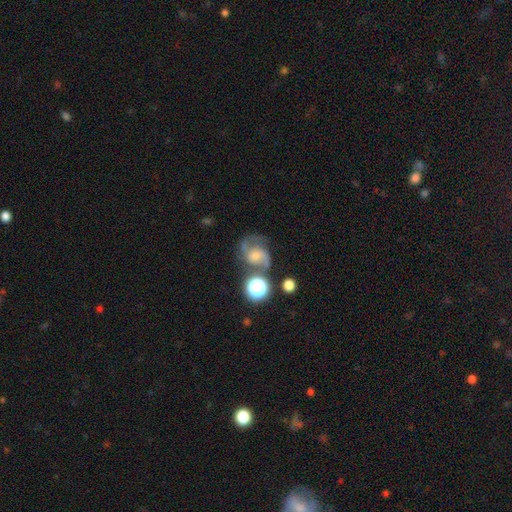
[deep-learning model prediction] Smooth or featured: featured or disk — 74% (star or artifact — 13%)
Edge-on disk: no — 98% (yes — 2%)
Bar: no — 51% (weak — 39%)
Spiral arms: yes — 95% (no — 5%)
Spiral winding: medium — 56% (tight — 24%)
Spiral arm count: 2 — 83% (can't tell — 6%)
Bulge size: small — 43% (moderate — 39%)
Merging: none — 62% (minor disturbance — 16%)